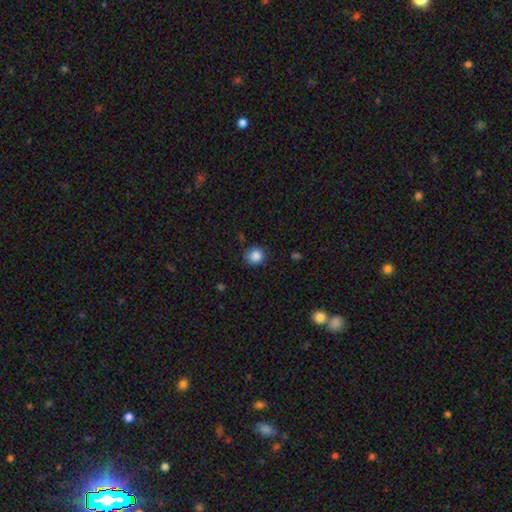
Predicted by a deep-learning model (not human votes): Smooth or featured? smooth (86%)
How rounded? round (87%)
Merging? none (77%)